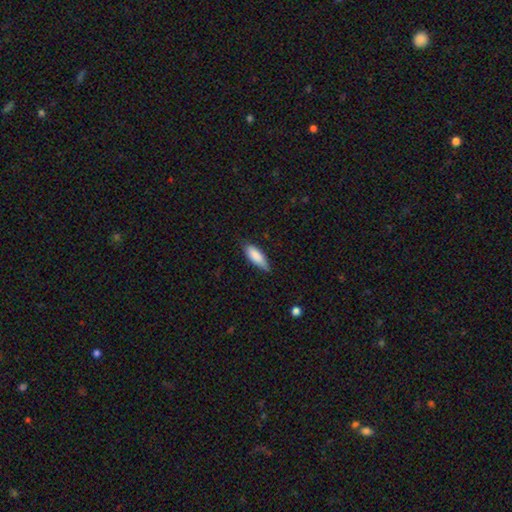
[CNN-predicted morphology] The model was most divided on "how rounded": in between: 67%, cigar-shaped: 32%, round: 2%. More confident: smooth or featured — smooth (84%); merging — none (66%).